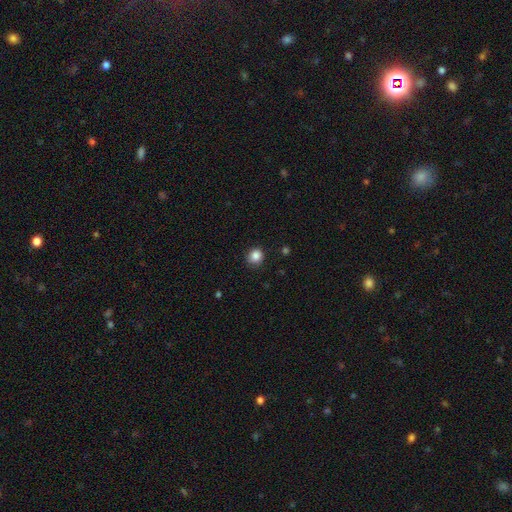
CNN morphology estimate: A smooth galaxy with no disk features (86%) that is round (86%). Merging: none (86%).